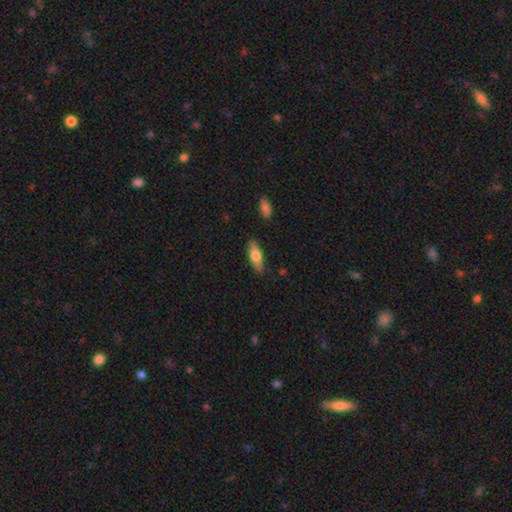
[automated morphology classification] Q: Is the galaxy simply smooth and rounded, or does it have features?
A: smooth — 68%.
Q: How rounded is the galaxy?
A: in between — 66%.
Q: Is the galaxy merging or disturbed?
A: none — 85%.